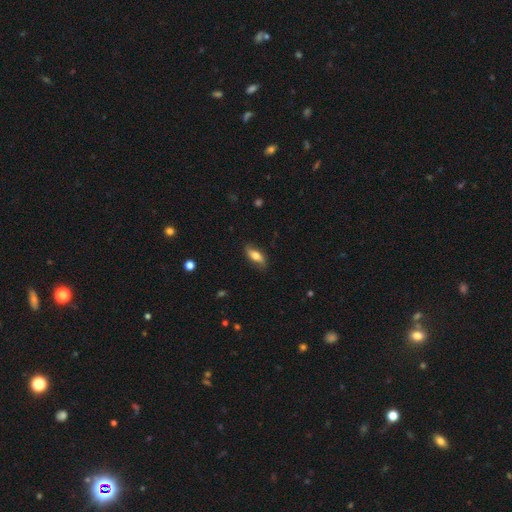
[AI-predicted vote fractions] Morphology: type=smooth (57%); roundness=in between (74%); merging=none (79%).